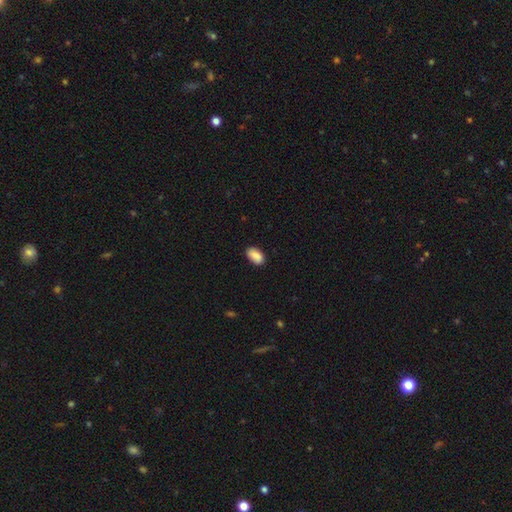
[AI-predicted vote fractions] A smooth galaxy with no disk features (85%) that is in between round and cigar-shaped (93%). Merging: none (86%).